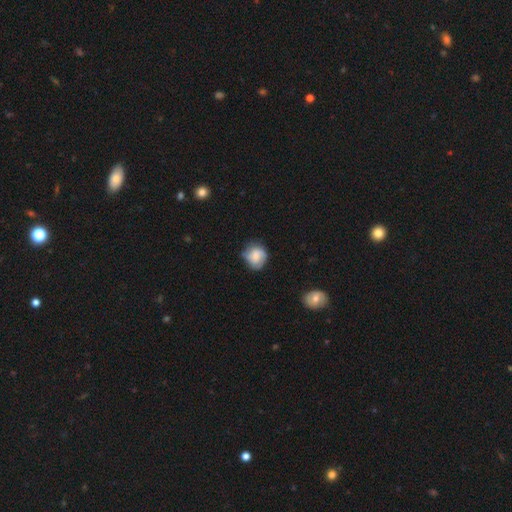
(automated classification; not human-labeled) A smooth galaxy with no disk features (63%) that is round (79%). Merging: none (63%).